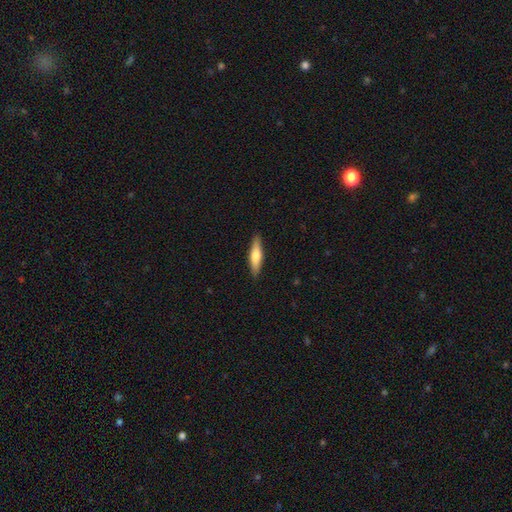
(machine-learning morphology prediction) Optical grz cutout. It shows a smooth galaxy with no disk features (64%) that is cigar-shaped (73%). Merging: none (89%).